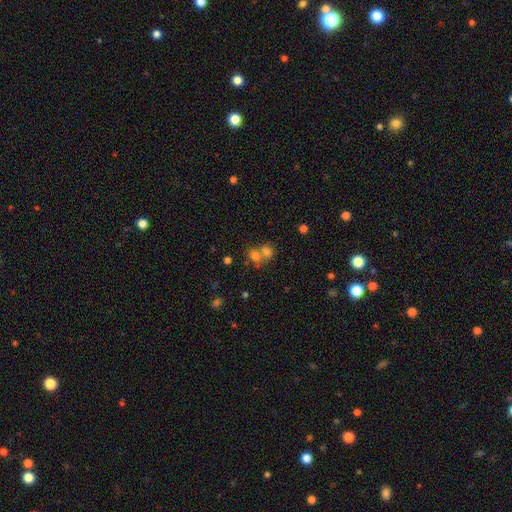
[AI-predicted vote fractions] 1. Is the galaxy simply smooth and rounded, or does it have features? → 72% smooth, 15% star or artifact, 13% featured or disk.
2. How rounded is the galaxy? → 60% round, 39% in between, 1% cigar-shaped.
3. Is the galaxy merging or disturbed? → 61% merger, 30% none, 6% minor disturbance, 3% major disturbance.